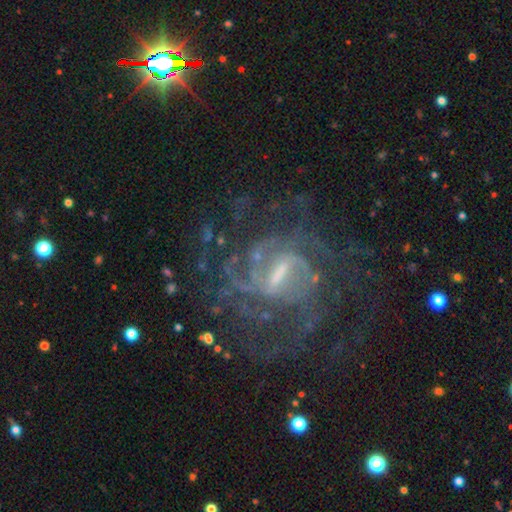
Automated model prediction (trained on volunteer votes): Morphology: type=featured or disk (85%); edge-on=no (97%); bar=weak (47%); spiral arms=yes (93%); winding=tight (45%); arm count=can't tell (36%); bulge=small (48%); merging=none (63%).